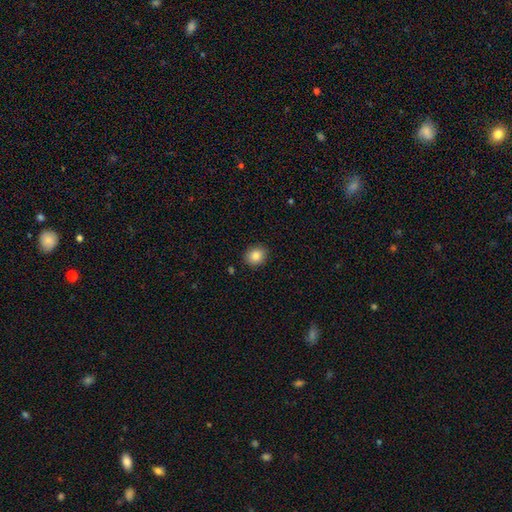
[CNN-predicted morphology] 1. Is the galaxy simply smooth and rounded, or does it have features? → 84% smooth, 9% star or artifact, 6% featured or disk.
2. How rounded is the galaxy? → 61% round, 39% in between, 1% cigar-shaped.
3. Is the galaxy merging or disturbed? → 89% none, 8% minor disturbance, 2% major disturbance, 1% merger.